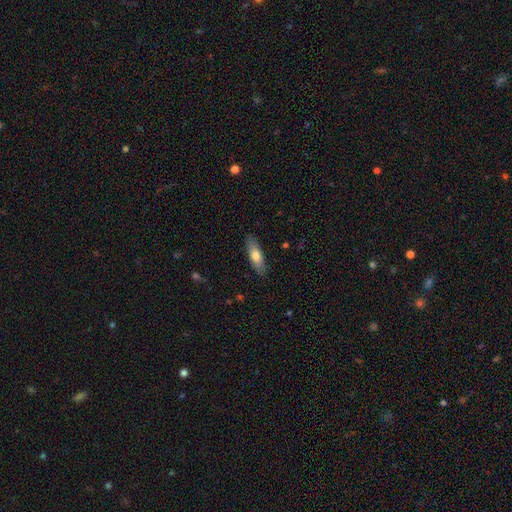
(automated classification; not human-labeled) Smooth or featured? Predicted: smooth (p=0.70). How rounded? Predicted: in between (p=0.54). Merging? Predicted: none (p=0.88).